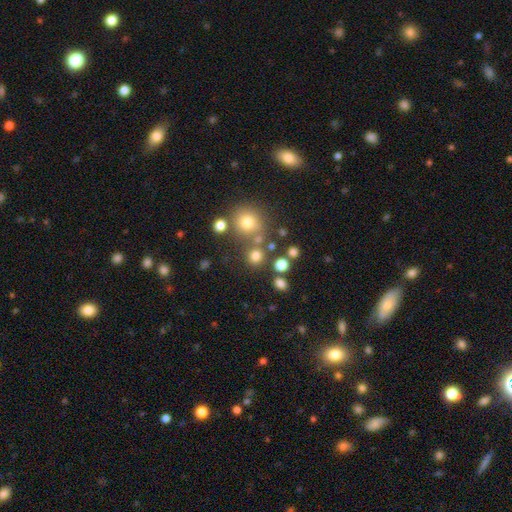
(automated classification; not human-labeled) smooth_or_featured: smooth (p=0.76) [alt: star or artifact p=0.17]
how_rounded: round (p=0.88) [alt: in between p=0.11]
merging: none (p=0.71) [alt: merger p=0.16]